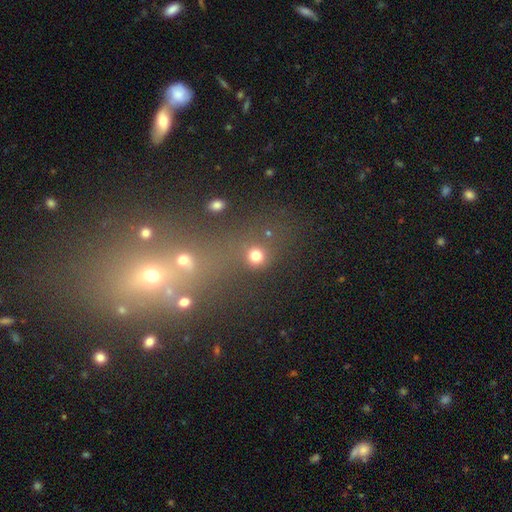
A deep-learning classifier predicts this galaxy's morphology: type=smooth (76%); roundness=round (85%); merging=none (64%).